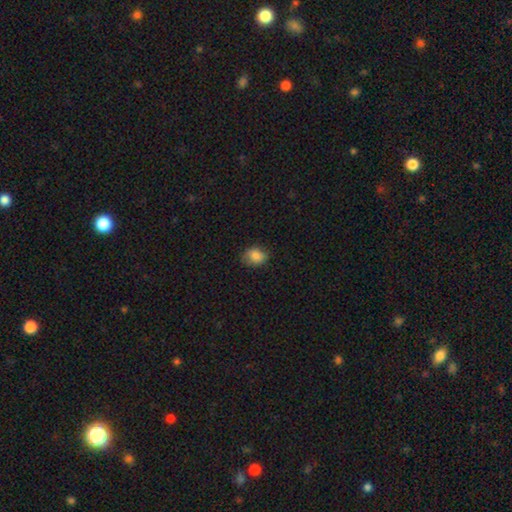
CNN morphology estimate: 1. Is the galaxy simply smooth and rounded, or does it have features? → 83% smooth, 9% star or artifact, 8% featured or disk.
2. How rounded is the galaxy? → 59% in between, 40% round, 1% cigar-shaped.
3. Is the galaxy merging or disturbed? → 73% none, 22% minor disturbance, 4% major disturbance, 1% merger.